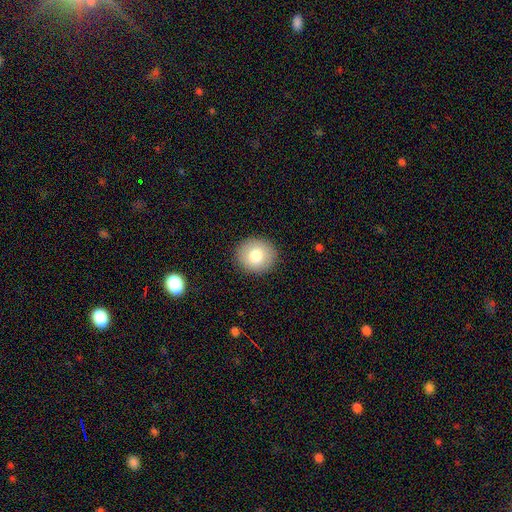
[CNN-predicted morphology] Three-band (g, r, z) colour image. It shows a smooth galaxy with no disk features (79%) that is round (85%). Merging: none (91%).